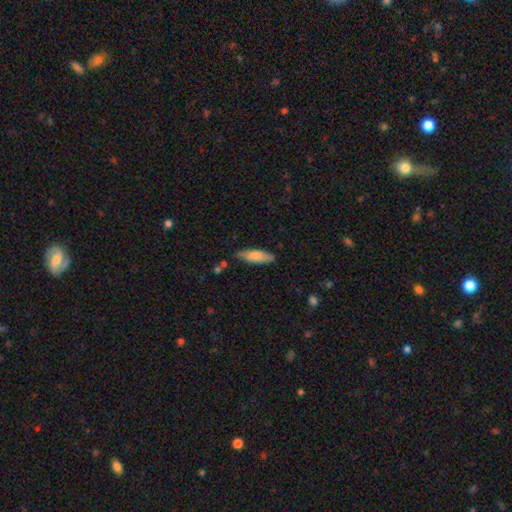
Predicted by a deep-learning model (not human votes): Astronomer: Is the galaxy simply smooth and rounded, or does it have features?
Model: smooth — 76%.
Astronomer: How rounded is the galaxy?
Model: in between — 55% (runner-up: cigar-shaped, 43%).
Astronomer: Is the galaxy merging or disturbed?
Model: none — 72%.